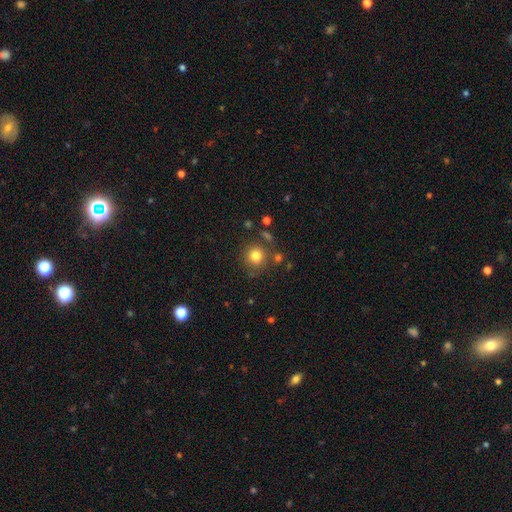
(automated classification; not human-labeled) This appears to be a smooth galaxy with no disk features (80%) that is round (91%). Merging: none (79%).